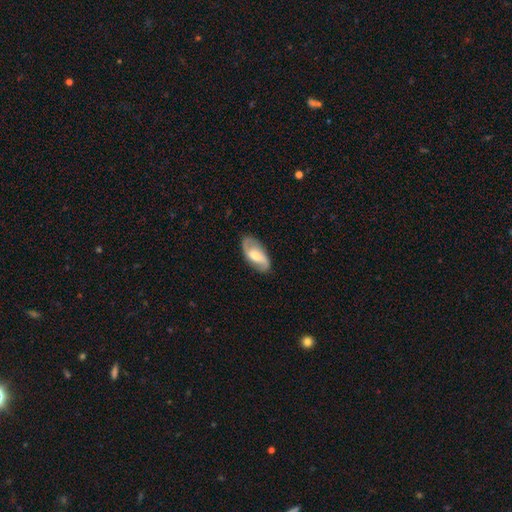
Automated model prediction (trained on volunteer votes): Smooth or featured?
  - featured or disk: 70% *
  - smooth: 25%
  - star or artifact: 6%
Edge-on disk?
  - no: 94% *
  - yes: 6%
Bar?
  - weak: 46% *
  - no: 34%
  - strong: 20%
Spiral arms?
  - yes: 90% *
  - no: 10%
Spiral winding?
  - loose: 49% *
  - medium: 36%
  - tight: 15%
Spiral arm count?
  - 2: 89% *
  - can't tell: 5%
  - 1: 2%
  - 3: 1%
  - 4: 1%
  - more than 4: 1%
Bulge size?
  - moderate: 59% *
  - small: 29%
  - large: 7%
  - none: 3%
  - dominant: 1%
Merging?
  - none: 83% *
  - minor disturbance: 12%
  - major disturbance: 3%
  - merger: 1%